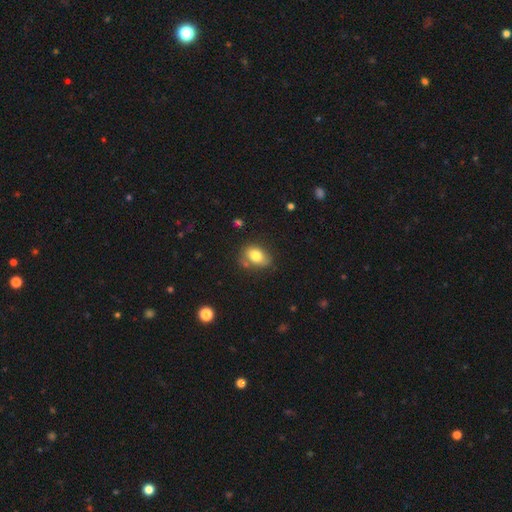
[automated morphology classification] smooth 78%, featured or disk 13%, star or artifact 9%. Down the decision tree: how rounded — in between (77%); merging — none (62%).